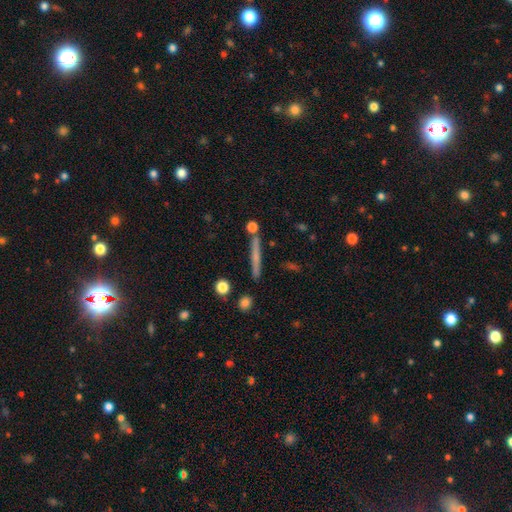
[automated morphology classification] Smooth or featured? smooth (54%)
How rounded? cigar-shaped (94%)
Merging? none (84%)